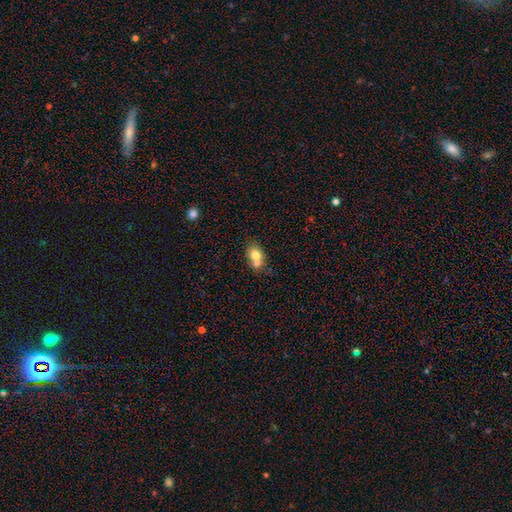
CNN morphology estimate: Smooth or featured? smooth (73%)
How rounded? in between (55%)
Merging? merger (54%)